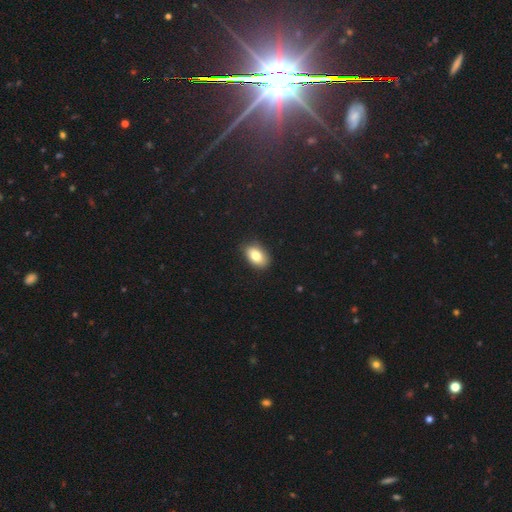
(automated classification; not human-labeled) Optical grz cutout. It shows a smooth galaxy with no disk features (82%) that is in between round and cigar-shaped (88%). Merging: none (85%).